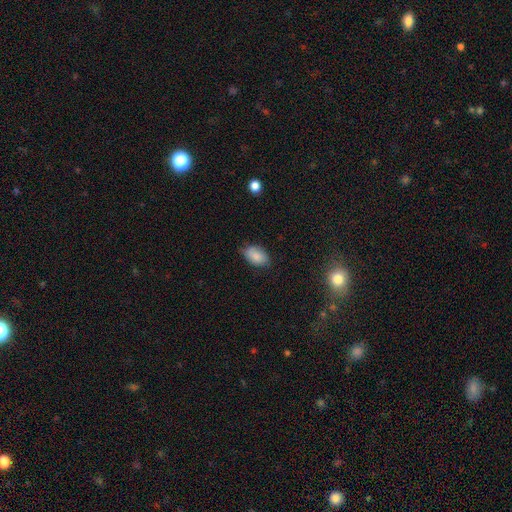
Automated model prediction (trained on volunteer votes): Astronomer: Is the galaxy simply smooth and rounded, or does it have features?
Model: smooth — 84%.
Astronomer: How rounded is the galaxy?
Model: in between — 91%.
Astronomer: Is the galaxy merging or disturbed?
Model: none — 74%.